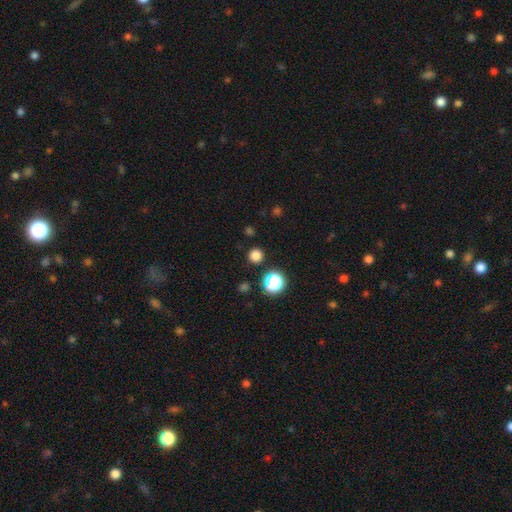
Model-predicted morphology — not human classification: Q: Smooth or featured?
A: smooth (79%); runner-up: star or artifact (18%)
Q: How rounded?
A: round (95%); runner-up: in between (4%)
Q: Merging?
A: none (91%); runner-up: minor disturbance (5%)